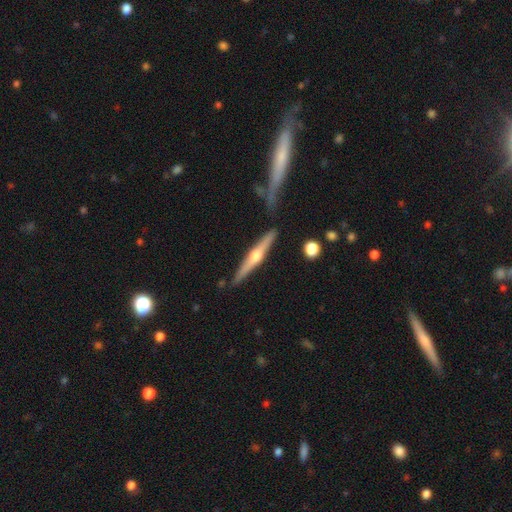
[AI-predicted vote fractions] Smooth or featured? featured or disk (73%)
Edge-on disk? yes (98%)
Edge-on bulge? rounded (94%)
Merging? none (87%)